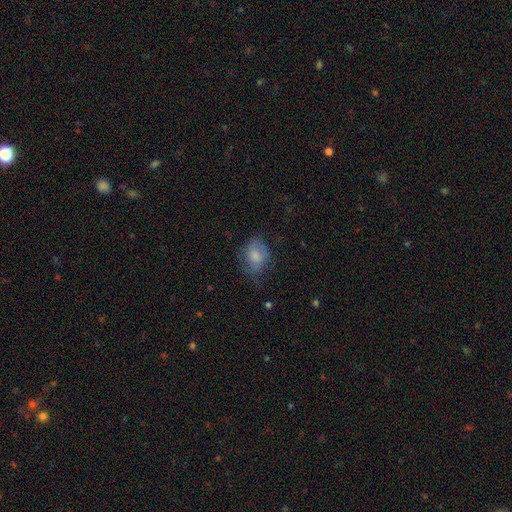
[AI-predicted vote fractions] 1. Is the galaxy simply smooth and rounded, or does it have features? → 71% smooth, 21% featured or disk, 9% star or artifact.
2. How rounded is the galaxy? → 67% in between, 31% round, 1% cigar-shaped.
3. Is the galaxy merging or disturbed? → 55% none, 29% minor disturbance, 14% major disturbance, 2% merger.